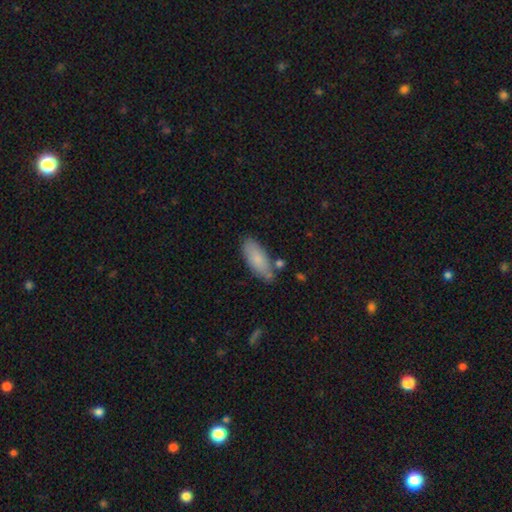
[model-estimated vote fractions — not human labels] A smooth galaxy with no disk features (81%) that is in between round and cigar-shaped (79%). Merging: none (74%).